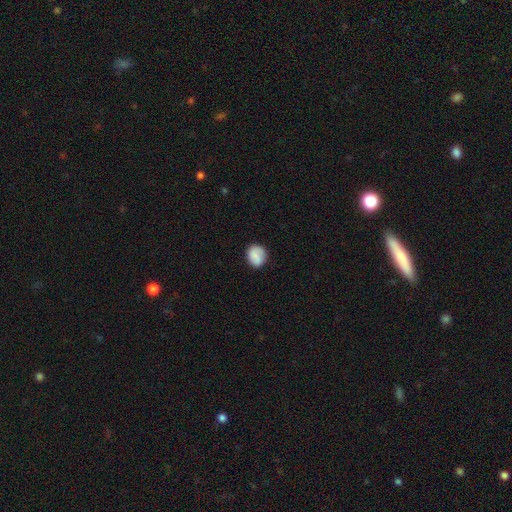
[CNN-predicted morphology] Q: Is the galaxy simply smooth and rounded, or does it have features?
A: smooth — 83%.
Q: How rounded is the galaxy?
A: round — 73%.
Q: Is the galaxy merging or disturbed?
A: none — 79%.